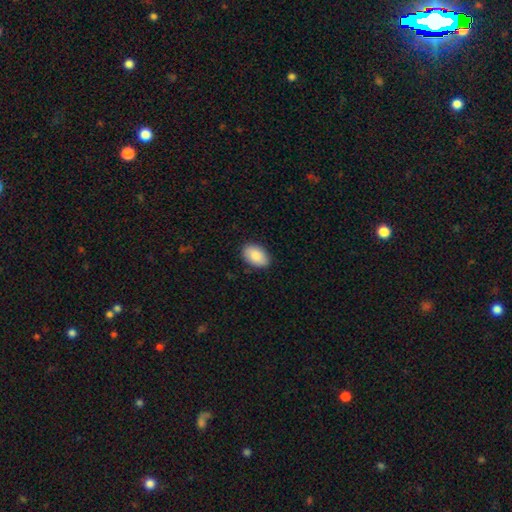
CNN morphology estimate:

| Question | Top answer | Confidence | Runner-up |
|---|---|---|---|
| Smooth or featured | smooth | 88% | star or artifact (6%) |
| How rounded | in between | 90% | round (9%) |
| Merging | none | 87% | minor disturbance (10%) |